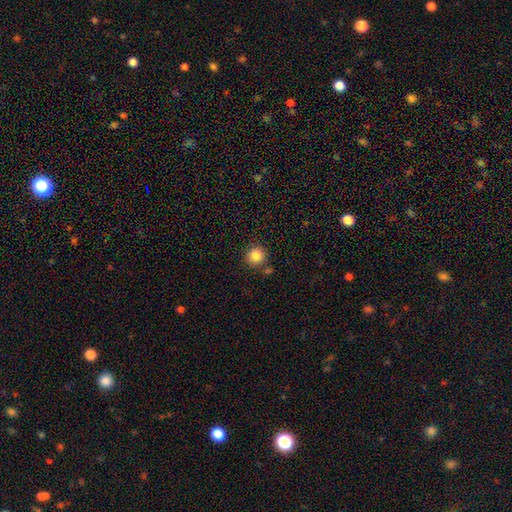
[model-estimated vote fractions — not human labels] A smooth galaxy with no disk features (86%) that is round (94%).

Vote fractions:
- Smooth or featured? smooth: 86% / star or artifact: 10% / featured or disk: 4%
- How rounded? round: 94% / in between: 5% / cigar-shaped: 1%
- Merging? none: 81% / minor disturbance: 9% / merger: 7% / major disturbance: 3%